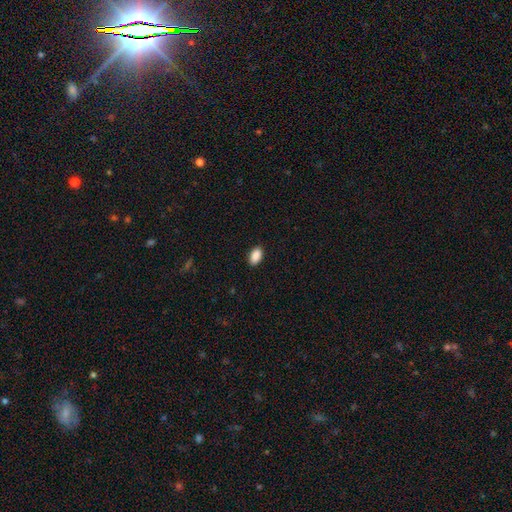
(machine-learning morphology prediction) Smooth or featured? smooth (90%)
How rounded? in between (93%)
Merging? none (89%)